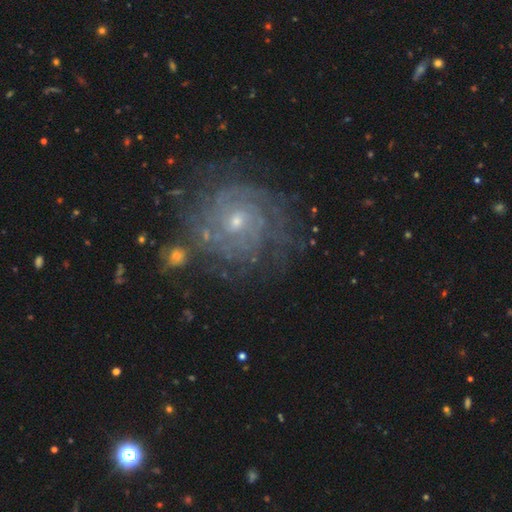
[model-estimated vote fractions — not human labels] Smooth or featured? Predicted: featured or disk (p=0.79). Edge-on disk? Predicted: no (p=0.97). Bar? Predicted: no (p=0.70). Spiral arms? Predicted: yes (p=0.97). Spiral winding? Predicted: tight (p=0.79). Spiral arm count? Predicted: can't tell (p=0.35). Bulge size? Predicted: small (p=0.66). Merging? Predicted: none (p=0.80).